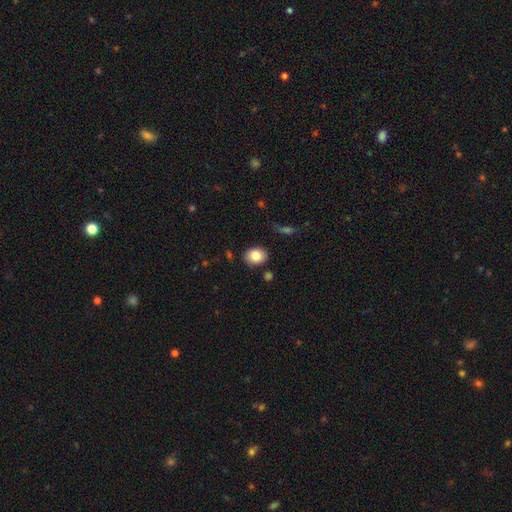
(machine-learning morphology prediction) smooth-or-featured: smooth: 83% | featured or disk: 9% | star or artifact: 8%
  how-rounded: in between: 56% | round: 43% | cigar-shaped: 1%
  merging: none: 86% | minor disturbance: 9% | merger: 3% | major disturbance: 2%